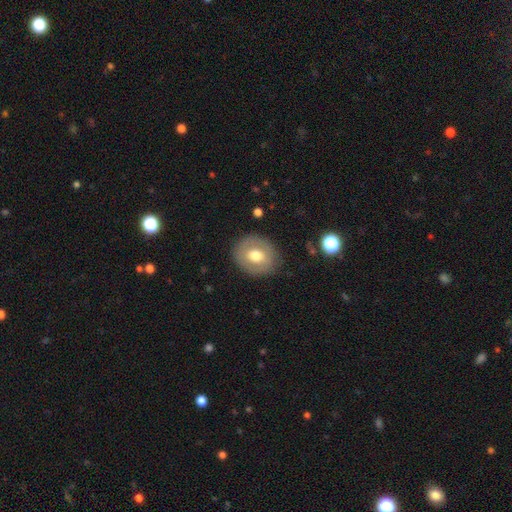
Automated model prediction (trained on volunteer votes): smooth 62%, featured or disk 30%, star or artifact 8%. Down the decision tree: how rounded — round (72%); merging — none (84%).